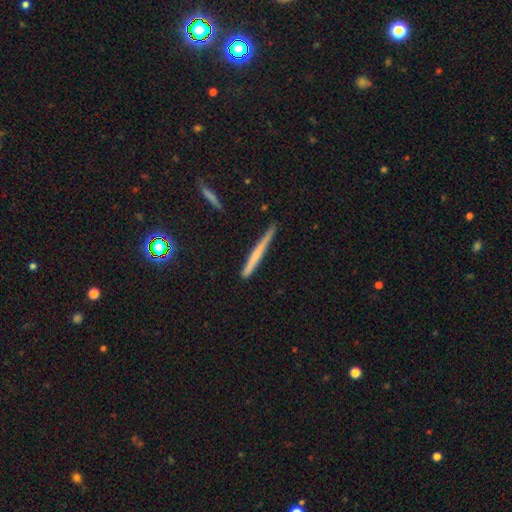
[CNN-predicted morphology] A smooth galaxy with no disk features (50%). Merging: none (84%).